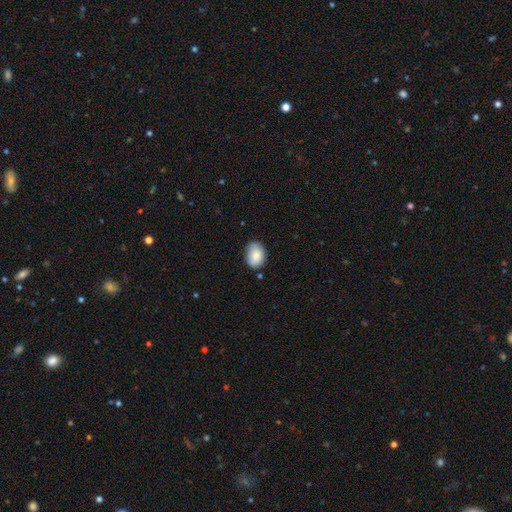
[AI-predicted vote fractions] Overall: smooth (85%). How rounded: in between (78%). Merging: none (76%).